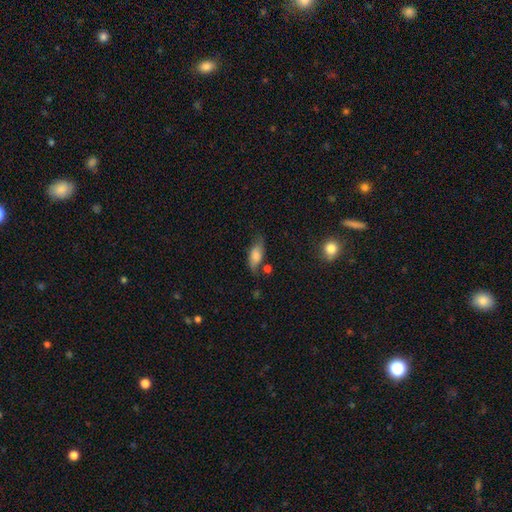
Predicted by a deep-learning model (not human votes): This is likely a smooth galaxy (64%). How rounded: clearly in between (83%). Merging: possibly none (57%).